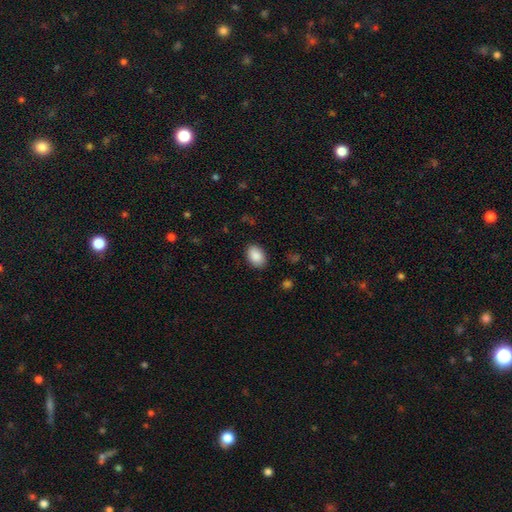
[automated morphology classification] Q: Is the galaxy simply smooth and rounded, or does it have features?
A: smooth — 89%.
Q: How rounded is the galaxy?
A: in between — 82%.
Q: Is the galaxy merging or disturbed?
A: none — 87%.